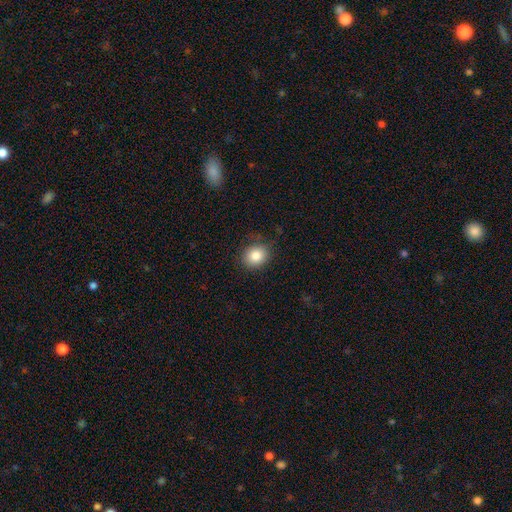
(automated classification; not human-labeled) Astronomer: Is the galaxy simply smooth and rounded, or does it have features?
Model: smooth — 84%.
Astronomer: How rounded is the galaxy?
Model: round — 69%.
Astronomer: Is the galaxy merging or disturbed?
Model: none — 82%.